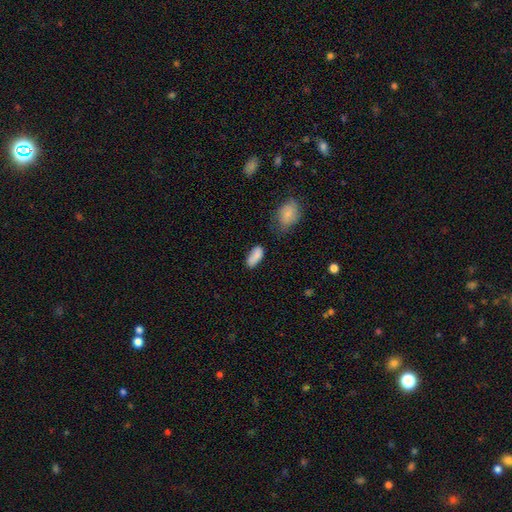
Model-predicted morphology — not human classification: smooth 83%, featured or disk 9%, star or artifact 8%. Down the decision tree: how rounded — in between (87%); merging — none (59%).